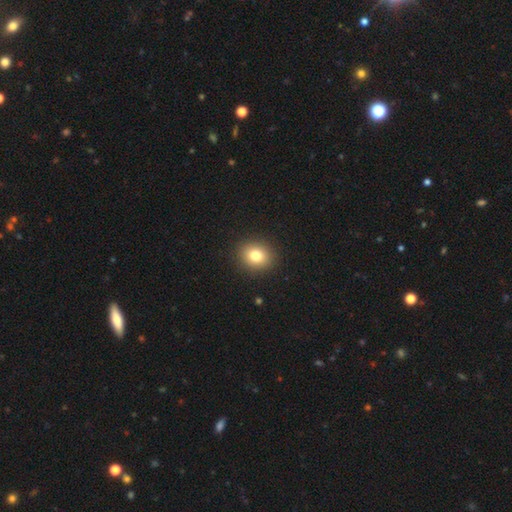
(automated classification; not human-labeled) smooth-or-featured: smooth: 80% | star or artifact: 11% | featured or disk: 9%
  how-rounded: round: 68% | in between: 31% | cigar-shaped: 1%
  merging: none: 91% | minor disturbance: 6% | major disturbance: 2% | merger: 1%